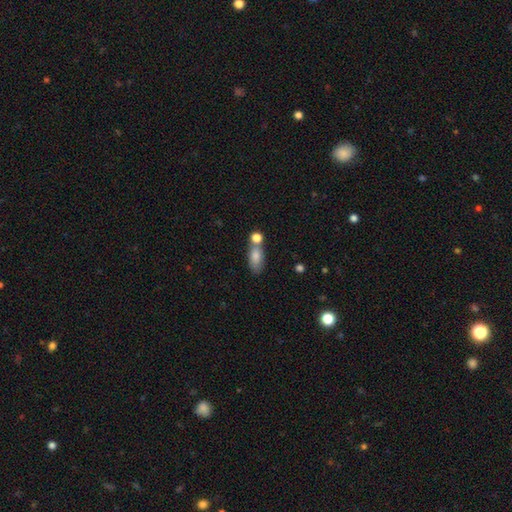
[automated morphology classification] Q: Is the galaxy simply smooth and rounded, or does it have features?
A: smooth — 80%.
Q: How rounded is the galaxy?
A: in between — 82%.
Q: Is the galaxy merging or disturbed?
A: none — 47%.